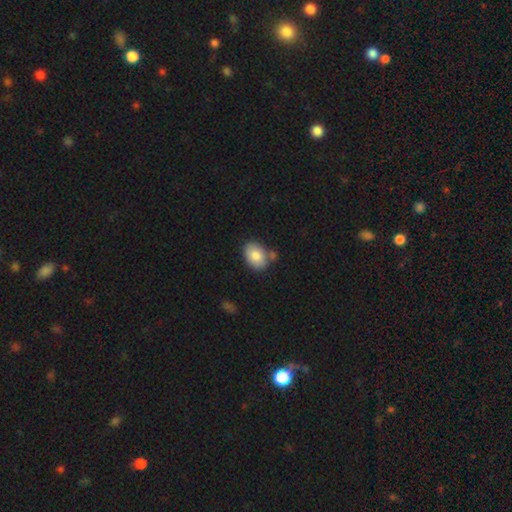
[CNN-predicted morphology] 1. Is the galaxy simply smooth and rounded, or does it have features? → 81% smooth, 12% featured or disk, 7% star or artifact.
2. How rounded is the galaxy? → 75% in between, 24% round, 1% cigar-shaped.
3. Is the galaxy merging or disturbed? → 71% none, 15% minor disturbance, 11% merger, 3% major disturbance.